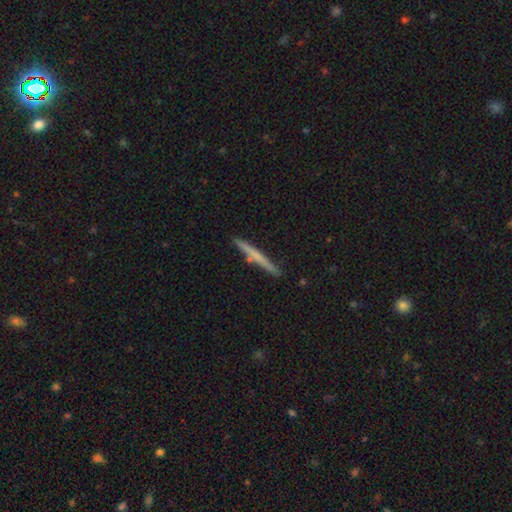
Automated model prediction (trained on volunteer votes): Smooth or featured? Predicted: smooth (p=0.50). Merging? Predicted: none (p=0.87).